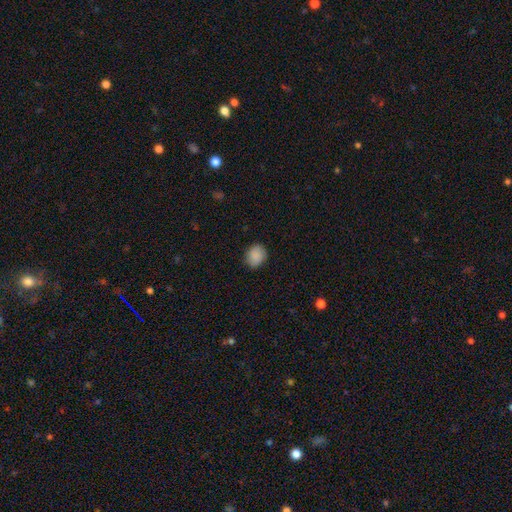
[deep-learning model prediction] Smooth or featured? smooth (88%)
How rounded? round (61%)
Merging? none (86%)